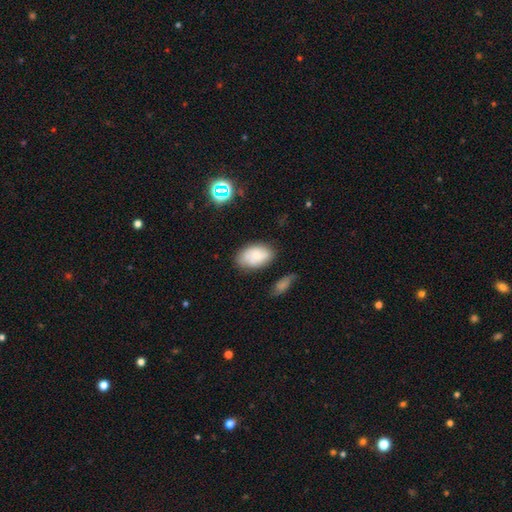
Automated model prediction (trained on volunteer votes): The model was most divided on "merging": none: 71%, minor disturbance: 20%, major disturbance: 5%, merger: 5%. More confident: how rounded — in between (92%); smooth or featured — smooth (72%).